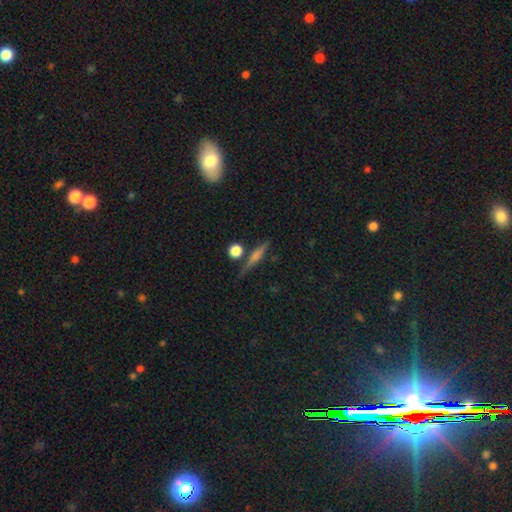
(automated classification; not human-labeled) A featured or disk galaxy (48%). Merging: none (79%).